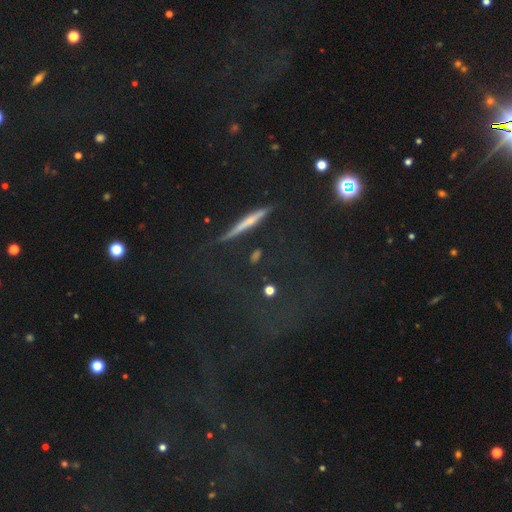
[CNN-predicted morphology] Smooth or featured: featured or disk — 43% (star or artifact — 29%)
Merging: none — 82% (minor disturbance — 11%)